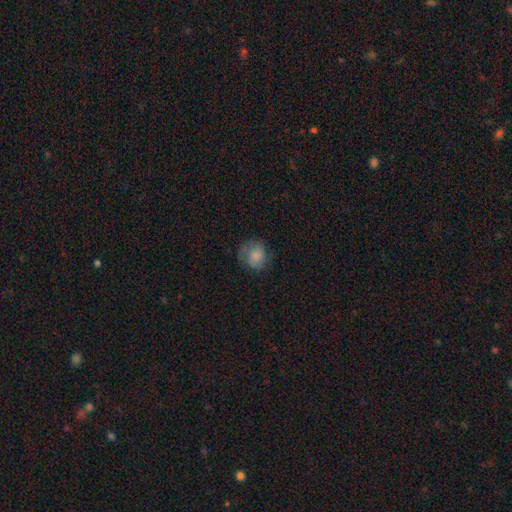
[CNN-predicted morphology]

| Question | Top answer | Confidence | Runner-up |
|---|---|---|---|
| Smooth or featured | smooth | 75% | featured or disk (16%) |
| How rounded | round | 75% | in between (24%) |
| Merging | none | 65% | minor disturbance (23%) |